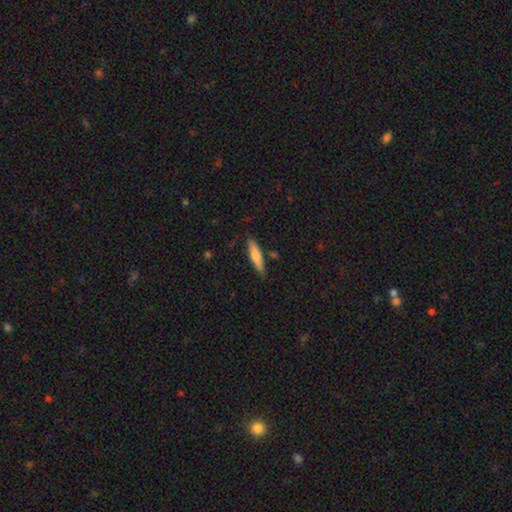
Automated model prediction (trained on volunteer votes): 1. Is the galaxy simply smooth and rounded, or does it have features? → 72% smooth, 23% featured or disk, 6% star or artifact.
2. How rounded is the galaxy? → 76% cigar-shaped, 23% in between, 2% round.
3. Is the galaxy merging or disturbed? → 81% none, 14% minor disturbance, 3% major disturbance, 3% merger.